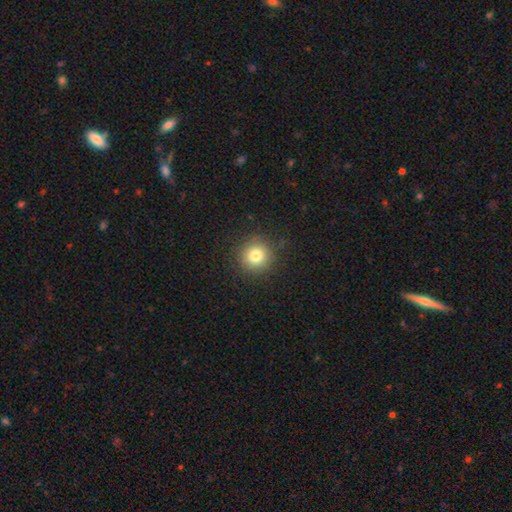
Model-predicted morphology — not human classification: A smooth galaxy with no disk features (80%) that is round (93%). Merging: none (88%).